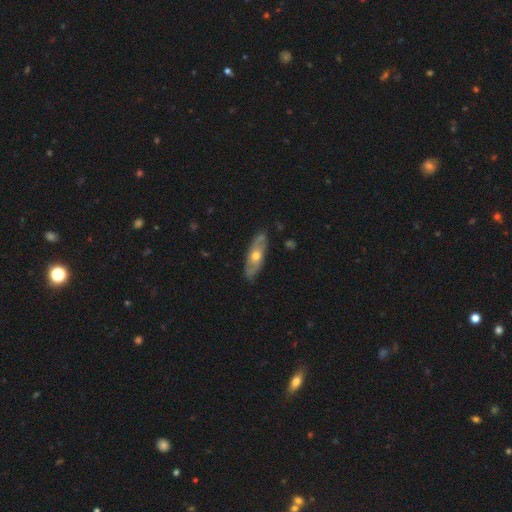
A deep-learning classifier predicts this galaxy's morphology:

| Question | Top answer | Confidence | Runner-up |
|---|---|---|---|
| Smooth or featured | featured or disk | 61% | smooth (34%) |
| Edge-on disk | no | 67% | yes (33%) |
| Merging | none | 83% | minor disturbance (13%) |